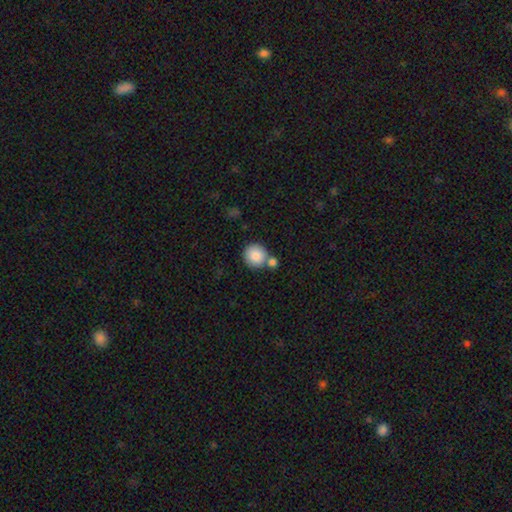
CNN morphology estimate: Overall: smooth (86%). How rounded: round (92%). Merging: none (64%; merger 24%).